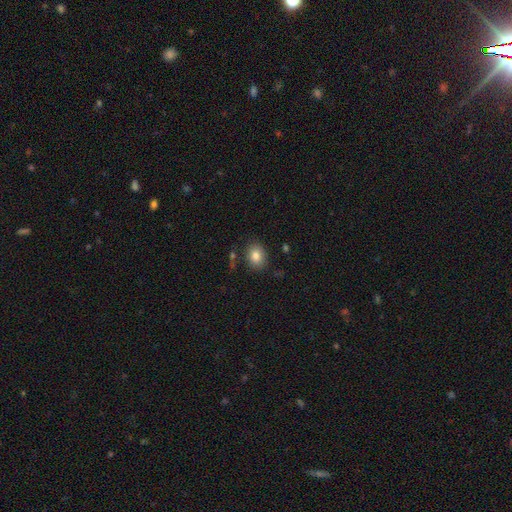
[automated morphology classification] Q: Smooth or featured?
A: smooth (82%); runner-up: star or artifact (10%)
Q: How rounded?
A: in between (53%); runner-up: round (46%)
Q: Merging?
A: none (84%); runner-up: minor disturbance (10%)